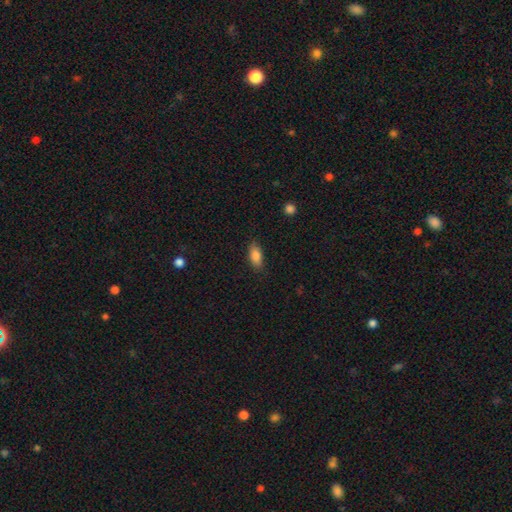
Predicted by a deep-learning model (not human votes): The model was most divided on "how rounded": in between: 84%, cigar-shaped: 13%, round: 3%. More confident: merging — none (85%); smooth or featured — smooth (84%).